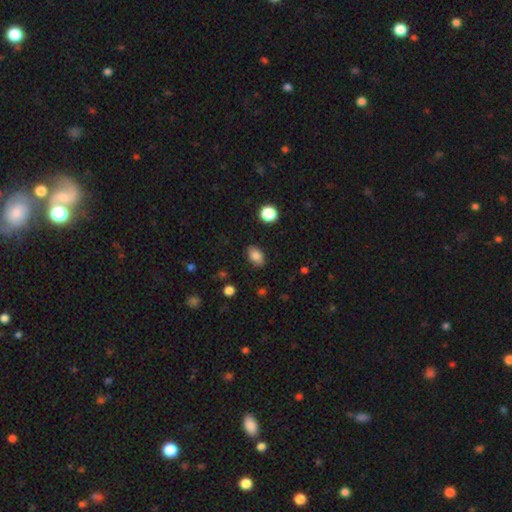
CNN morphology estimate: type=smooth (85%); roundness=in between (87%); merging=none (85%).